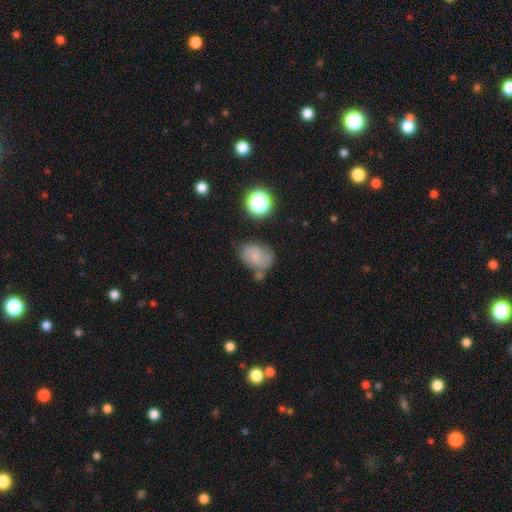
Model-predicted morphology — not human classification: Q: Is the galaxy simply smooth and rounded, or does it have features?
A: smooth — 62%.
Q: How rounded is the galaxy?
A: in between — 73%.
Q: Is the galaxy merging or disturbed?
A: none — 49%.